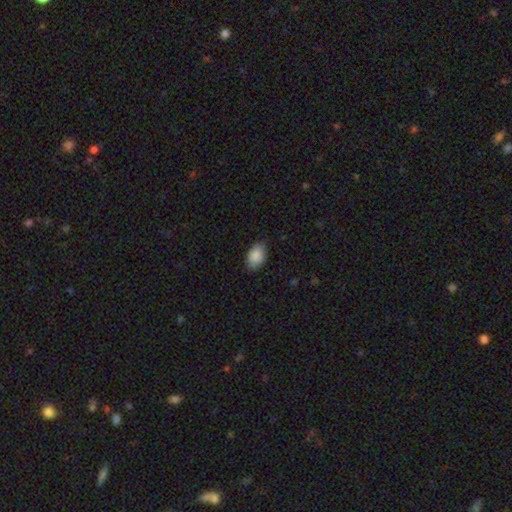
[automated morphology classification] Smooth or featured? Predicted: smooth (p=0.89). How rounded? Predicted: in between (p=0.88). Merging? Predicted: none (p=0.79).